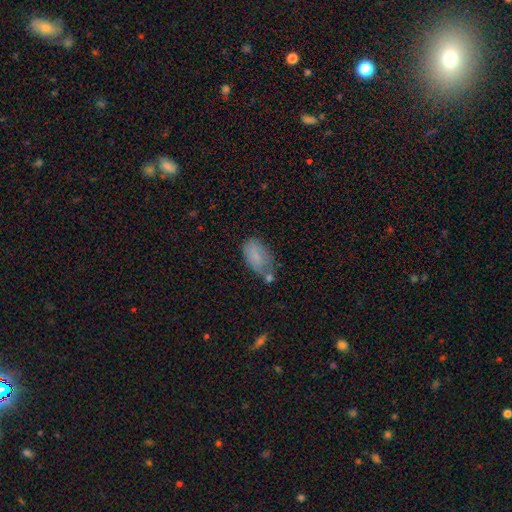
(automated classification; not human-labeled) A smooth galaxy with no disk features (78%) that is in between round and cigar-shaped (92%). Merging: none (44%).